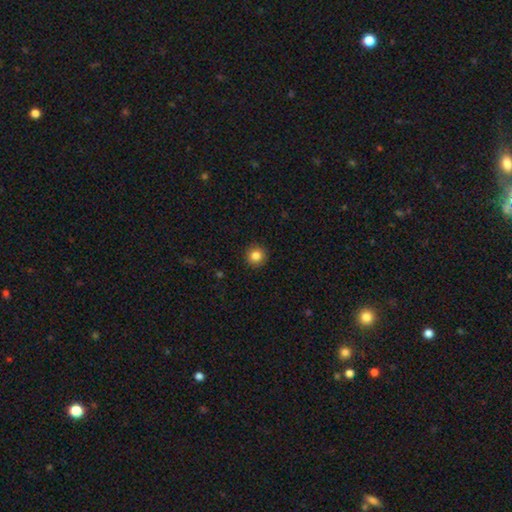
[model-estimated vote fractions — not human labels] A smooth galaxy with no disk features (84%) that is round (95%).

Vote fractions:
- Smooth or featured? smooth: 84% / star or artifact: 11% / featured or disk: 6%
- How rounded? round: 95% / in between: 4% / cigar-shaped: 1%
- Merging? none: 93% / minor disturbance: 5% / major disturbance: 2% / merger: 1%